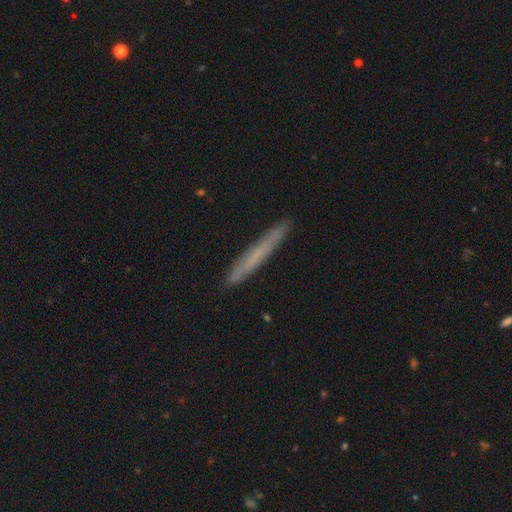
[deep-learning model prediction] A smooth galaxy with no disk features (58%) that is cigar-shaped (96%).

Vote fractions:
- Smooth or featured? smooth: 58% / featured or disk: 35% / star or artifact: 7%
- How rounded? cigar-shaped: 96% / in between: 2% / round: 1%
- Merging? none: 90% / minor disturbance: 8% / major disturbance: 1% / merger: 1%